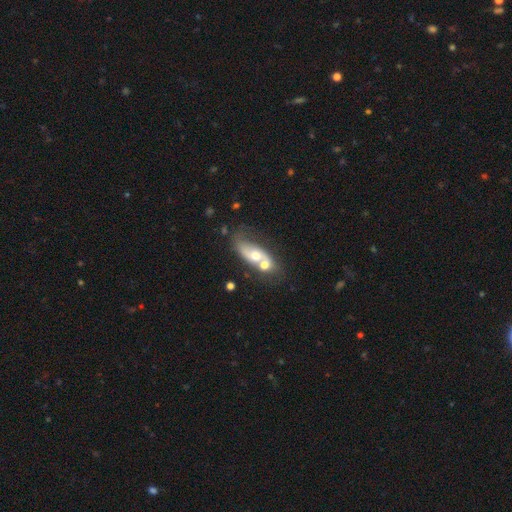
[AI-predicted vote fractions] A featured or disk galaxy (51%). Merging: merger (45%).